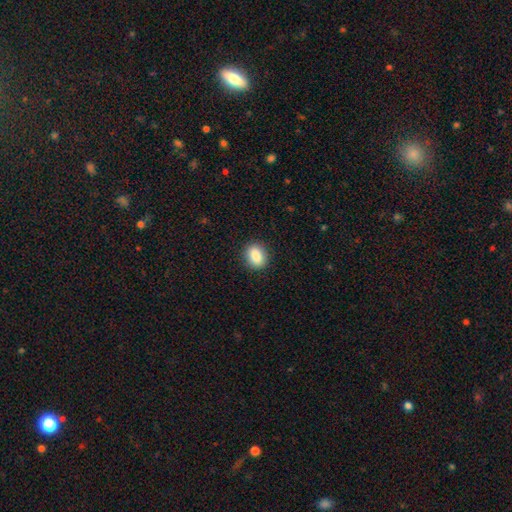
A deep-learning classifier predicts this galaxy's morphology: smooth_or_featured: smooth (p=0.88) [alt: star or artifact p=0.08]
how_rounded: in between (p=0.63) [alt: round p=0.35]
merging: none (p=0.89) [alt: minor disturbance p=0.08]